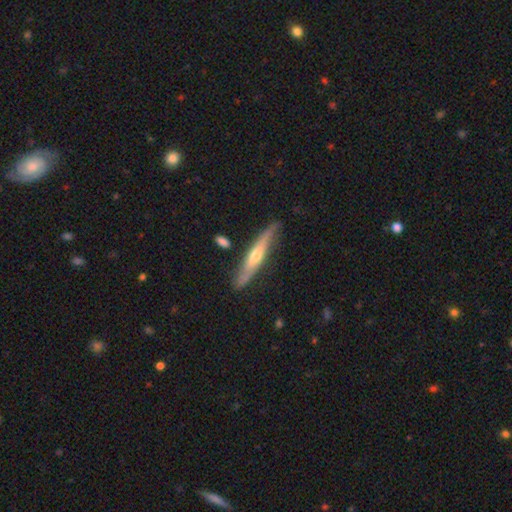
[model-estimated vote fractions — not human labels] featured or disk 64%, smooth 30%, star or artifact 5%. Down the decision tree: edge-on disk — yes (87%); edge-on bulge — rounded (79%); merging — none (80%).